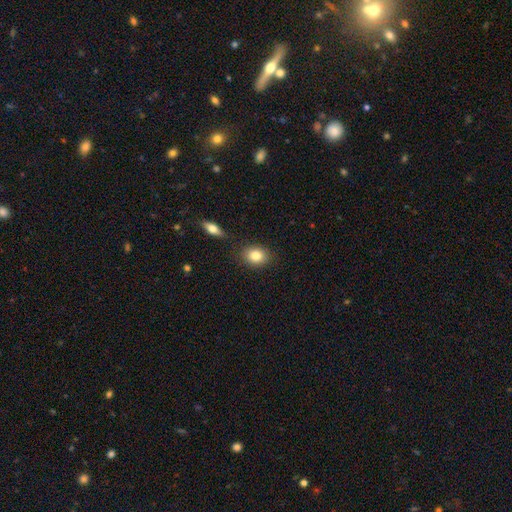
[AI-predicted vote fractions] This is clearly a smooth galaxy (83%). How rounded: possibly in between (60%). Merging: clearly none (83%).